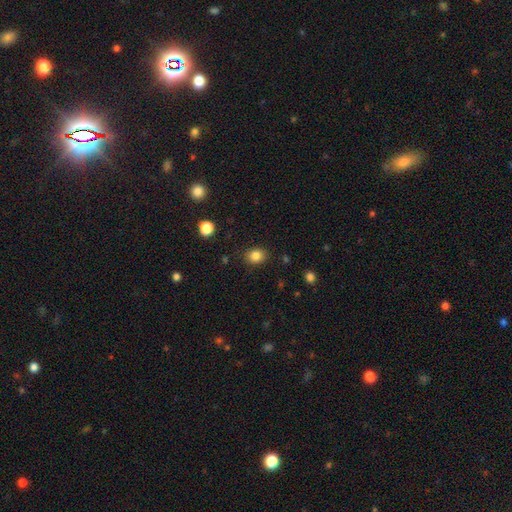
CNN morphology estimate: A smooth galaxy with no disk features (83%) that is round (55%). Merging: none (87%).